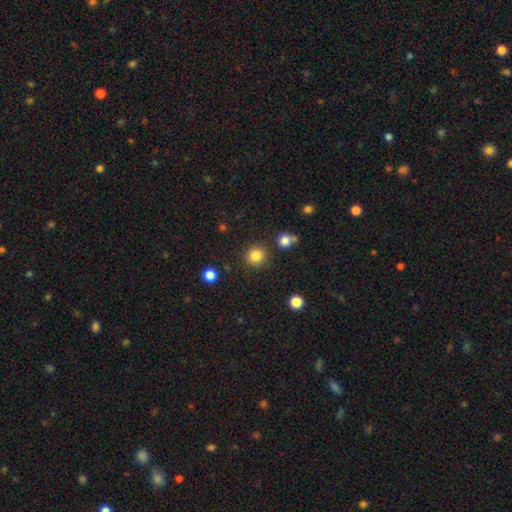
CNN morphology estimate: This is clearly a smooth galaxy (84%). How rounded: clearly round (93%). Merging: clearly none (87%).